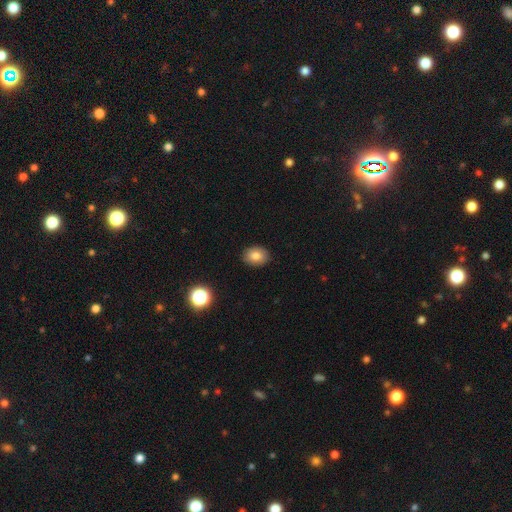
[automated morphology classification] A smooth galaxy with no disk features (81%) that is in between round and cigar-shaped (64%).

Vote fractions:
- Smooth or featured? smooth: 81% / star or artifact: 10% / featured or disk: 9%
- How rounded? in between: 64% / round: 36% / cigar-shaped: 1%
- Merging? none: 89% / minor disturbance: 8% / major disturbance: 2% / merger: 1%